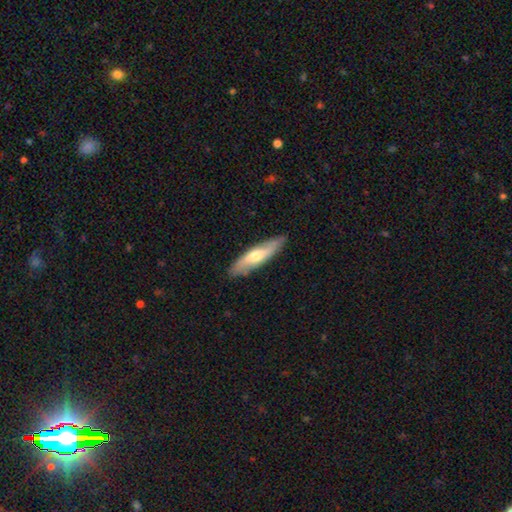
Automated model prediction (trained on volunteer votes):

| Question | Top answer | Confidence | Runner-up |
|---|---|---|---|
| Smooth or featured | smooth | 48% | featured or disk (46%) |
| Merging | none | 84% | minor disturbance (12%) |